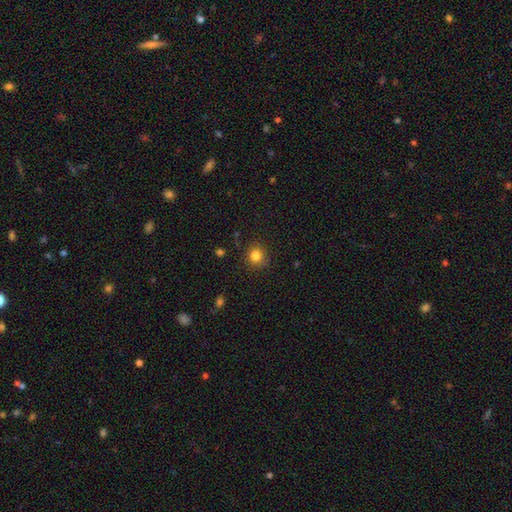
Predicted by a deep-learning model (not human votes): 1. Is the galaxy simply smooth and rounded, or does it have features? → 83% smooth, 12% star or artifact, 5% featured or disk.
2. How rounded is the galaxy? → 87% round, 12% in between, 1% cigar-shaped.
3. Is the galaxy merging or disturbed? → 85% none, 10% minor disturbance, 3% major disturbance, 1% merger.